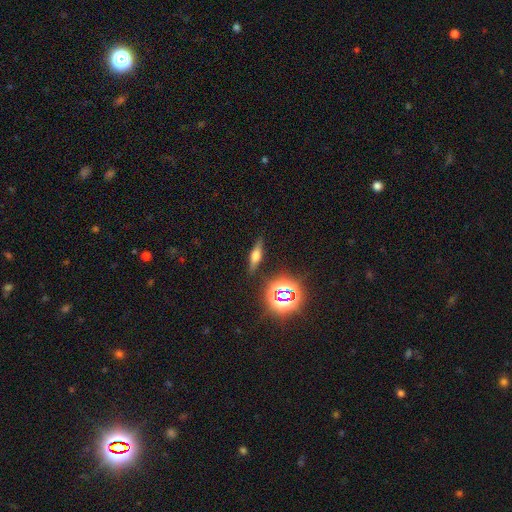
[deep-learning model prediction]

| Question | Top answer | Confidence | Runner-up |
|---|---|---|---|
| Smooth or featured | smooth | 42% | featured or disk (40%) |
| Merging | none | 85% | minor disturbance (10%) |